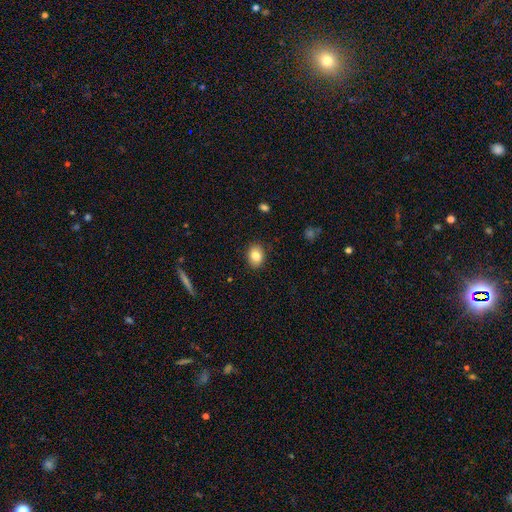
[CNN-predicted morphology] Smooth or featured: smooth — 83% (star or artifact — 9%)
How rounded: in between — 60% (round — 39%)
Merging: none — 88% (minor disturbance — 9%)